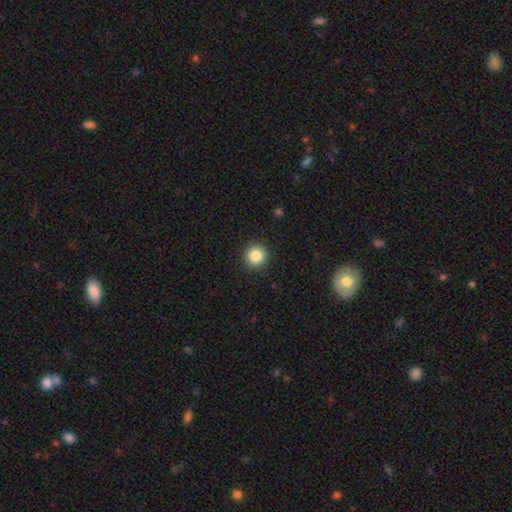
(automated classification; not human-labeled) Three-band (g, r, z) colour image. It shows a smooth galaxy with no disk features (86%) that is round (95%). Merging: none (92%).